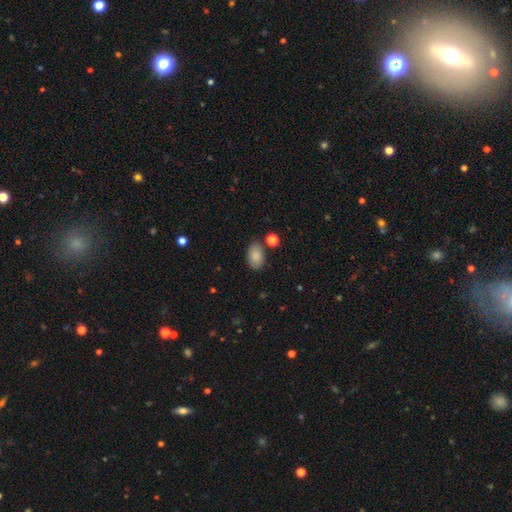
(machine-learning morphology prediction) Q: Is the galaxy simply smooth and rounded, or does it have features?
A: smooth — 86%.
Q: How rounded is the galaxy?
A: in between — 91%.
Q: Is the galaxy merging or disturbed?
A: none — 81%.